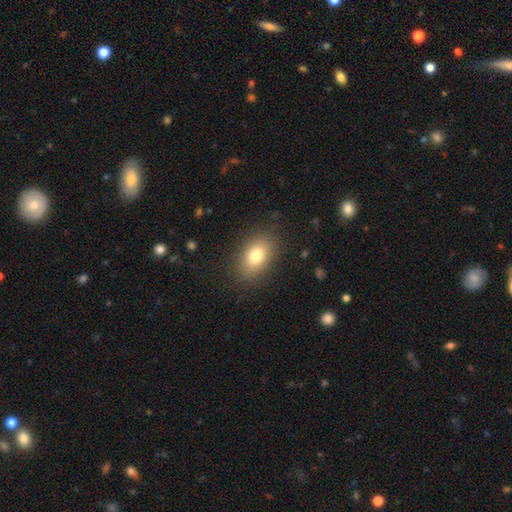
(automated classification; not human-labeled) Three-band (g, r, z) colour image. It shows a smooth galaxy with no disk features (79%) that is in between round and cigar-shaped (84%). Merging: none (85%).